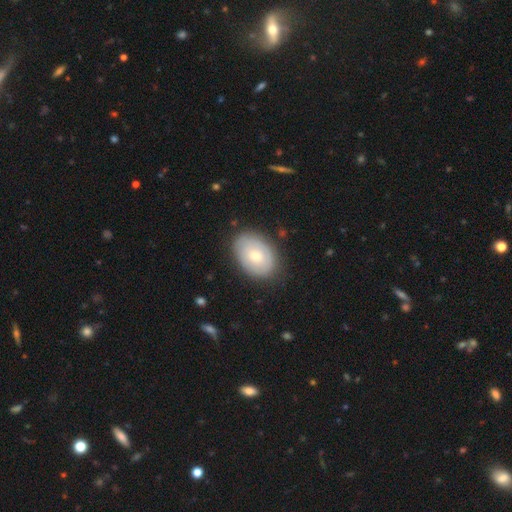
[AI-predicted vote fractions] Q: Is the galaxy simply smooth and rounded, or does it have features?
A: smooth — 57%.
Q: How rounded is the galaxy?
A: in between — 81%.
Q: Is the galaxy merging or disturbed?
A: none — 80%.